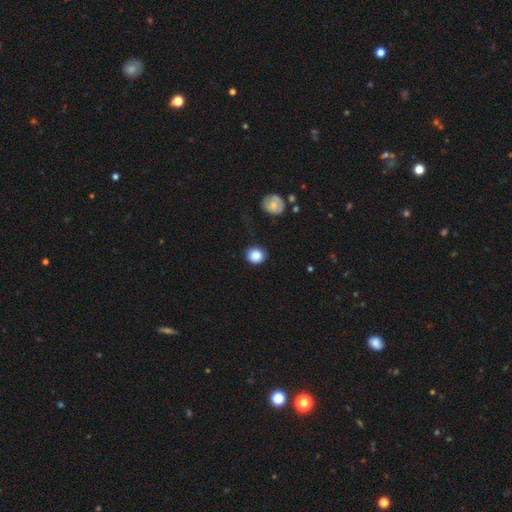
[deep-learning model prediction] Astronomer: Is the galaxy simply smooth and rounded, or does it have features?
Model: smooth — 86%.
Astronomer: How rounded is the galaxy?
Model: round — 84%.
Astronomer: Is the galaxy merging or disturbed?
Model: none — 84%.